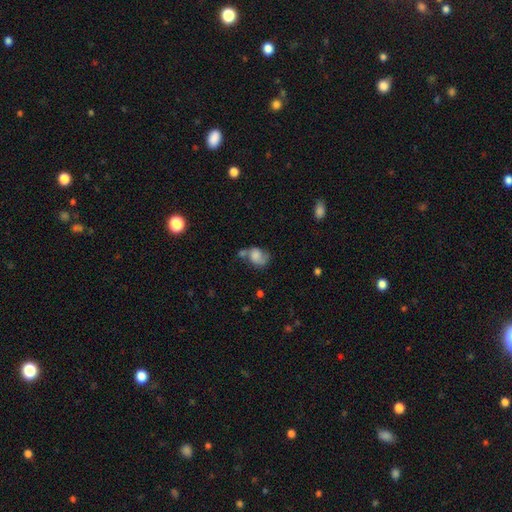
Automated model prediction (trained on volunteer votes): A smooth galaxy with no disk features (50%) that is in between round and cigar-shaped (59%).

Vote fractions:
- Smooth or featured? smooth: 50% / featured or disk: 39% / star or artifact: 11%
- How rounded? in between: 59% / round: 39% / cigar-shaped: 2%
- Merging? none: 32% / merger: 26% / minor disturbance: 23% / major disturbance: 19%